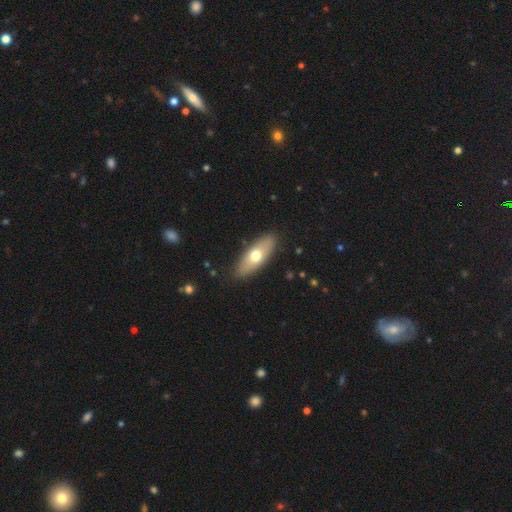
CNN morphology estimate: smooth 63%, featured or disk 31%, star or artifact 6%. Down the decision tree: how rounded — in between (70%); merging — none (88%).